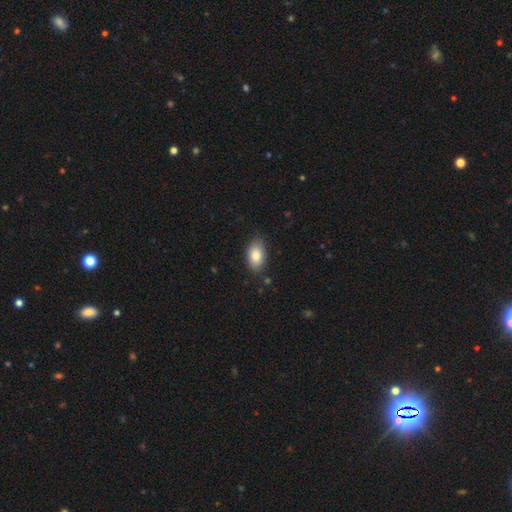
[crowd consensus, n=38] A smooth galaxy with no disk features (89%) that is in between round and cigar-shaped (97%). Merging: none (69%).